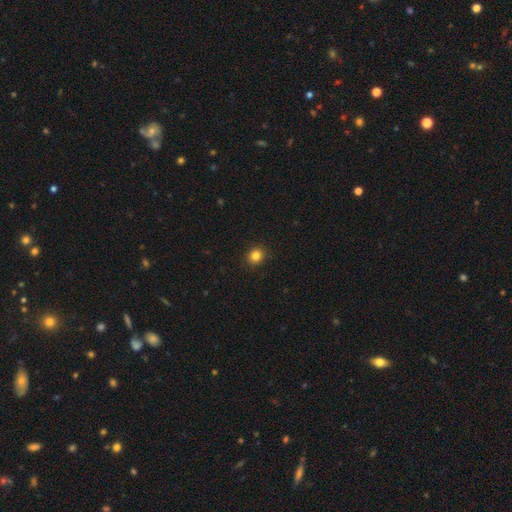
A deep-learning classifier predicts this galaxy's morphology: smooth_or_featured: smooth (p=0.84) [alt: star or artifact p=0.12]
how_rounded: round (p=0.83) [alt: in between p=0.16]
merging: none (p=0.91) [alt: minor disturbance p=0.06]